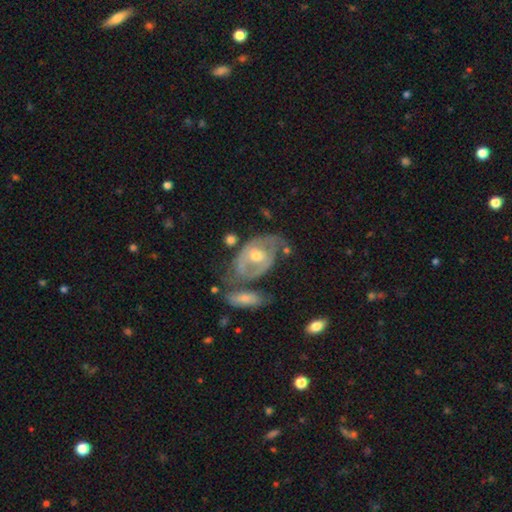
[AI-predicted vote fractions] featured or disk 73%, smooth 20%, star or artifact 7%. Down the decision tree: edge-on disk — no (94%); bar — no (62%); spiral arms — yes (68%); bulge size — moderate (65%); merging — none (44%).